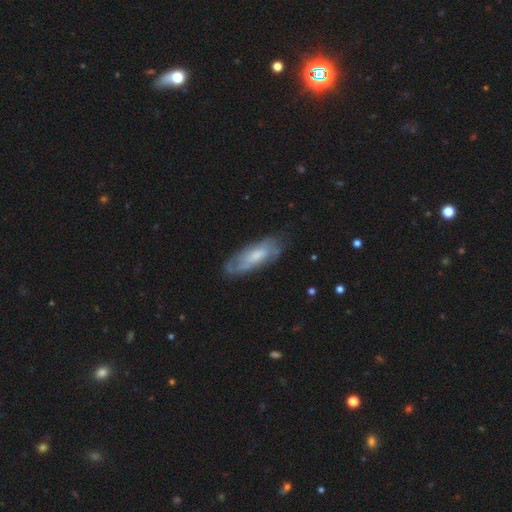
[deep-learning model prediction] Morphology: type=featured or disk (52%); edge-on=no (79%); merging=none (67%).